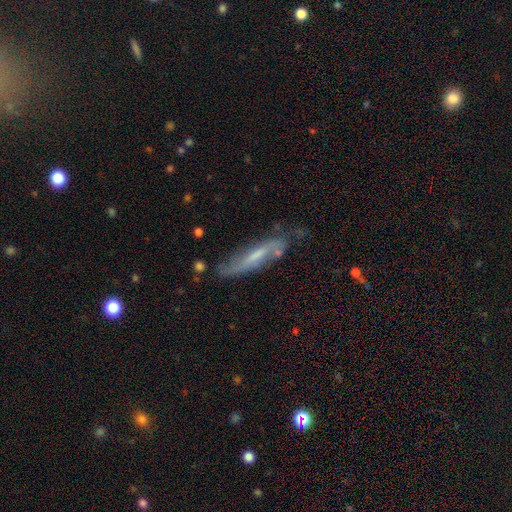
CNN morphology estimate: Smooth or featured? featured or disk (63%)
Edge-on disk? no (59%)
Merging? none (61%)